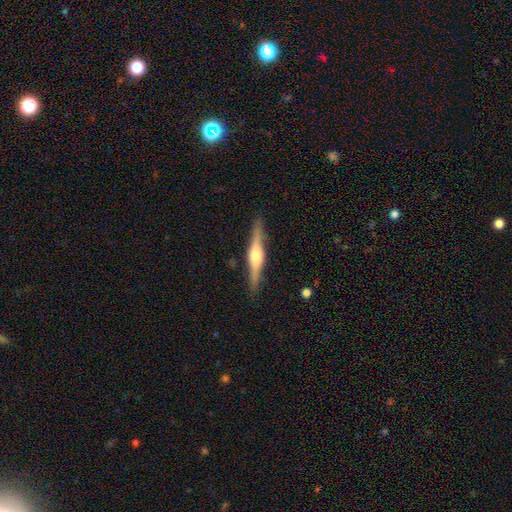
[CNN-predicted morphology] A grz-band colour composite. It shows a featured or disk galaxy (74%) viewed edge-on (98%) with a rounded central bulge (88%). Merging: none (89%).